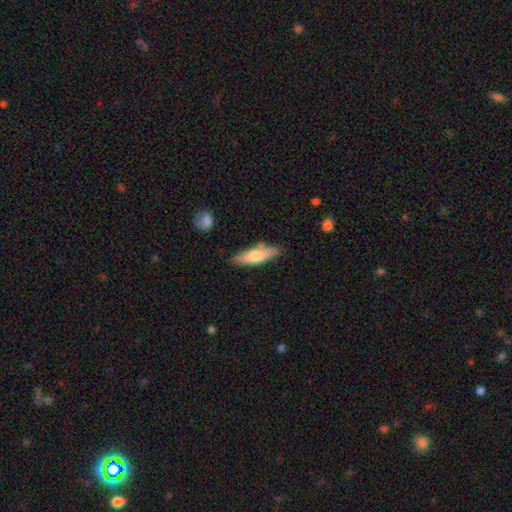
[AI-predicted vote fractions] smooth_or_featured: smooth (p=0.64) [alt: featured or disk p=0.30]
how_rounded: cigar-shaped (p=0.59) [alt: in between p=0.39]
merging: none (p=0.74) [alt: minor disturbance p=0.17]